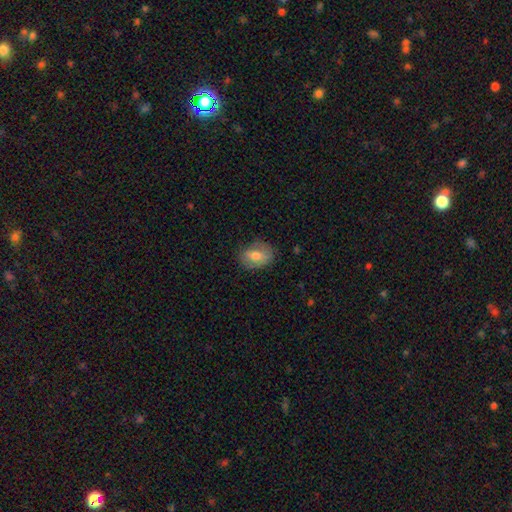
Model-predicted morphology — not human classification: smooth 63%, featured or disk 29%, star or artifact 7%. Down the decision tree: how rounded — in between (75%); merging — none (73%).